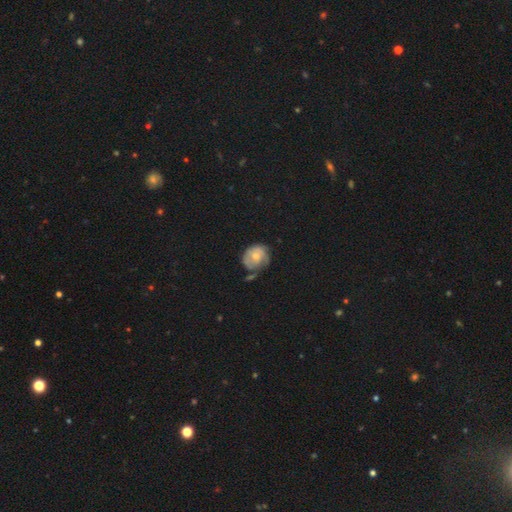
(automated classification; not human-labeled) smooth_or_featured: featured or disk (p=0.49) [alt: smooth p=0.43]
merging: none (p=0.48) [alt: minor disturbance p=0.30]